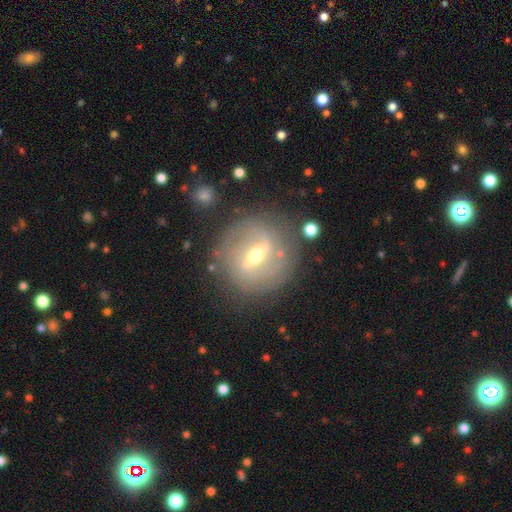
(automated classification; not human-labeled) This is likely a featured or disk galaxy (74%). It is clearly not viewed edge-on (84%). Bar: possibly strong (55%). Spiral arm pattern: likely yes (64%). Central bulge: possibly moderate (59%). Merging: clearly none (81%).